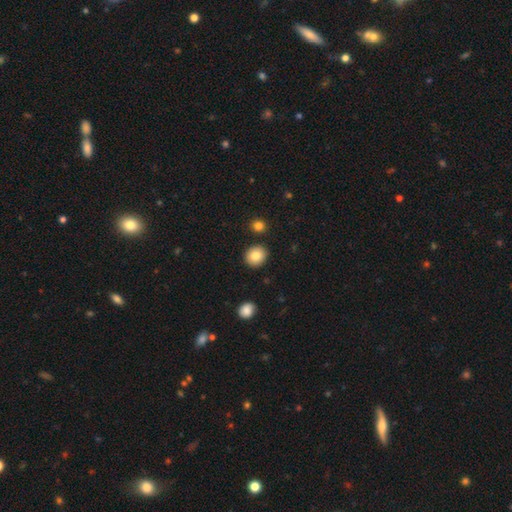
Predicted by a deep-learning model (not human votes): The model was most divided on "how rounded": round: 83%, in between: 16%, cigar-shaped: 1%. More confident: merging — none (89%); smooth or featured — smooth (83%).